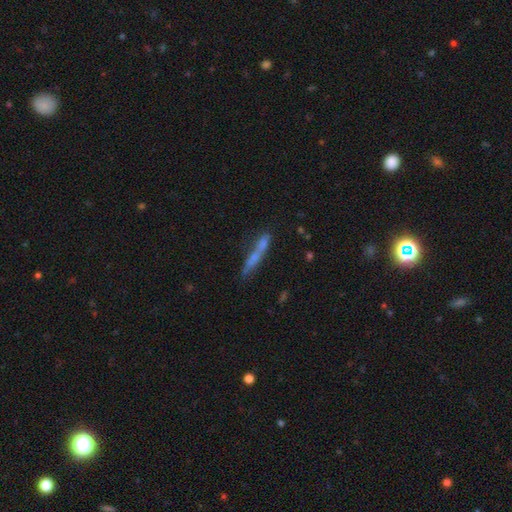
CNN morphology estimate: Smooth or featured? Predicted: smooth (p=0.48). Merging? Predicted: none (p=0.61).